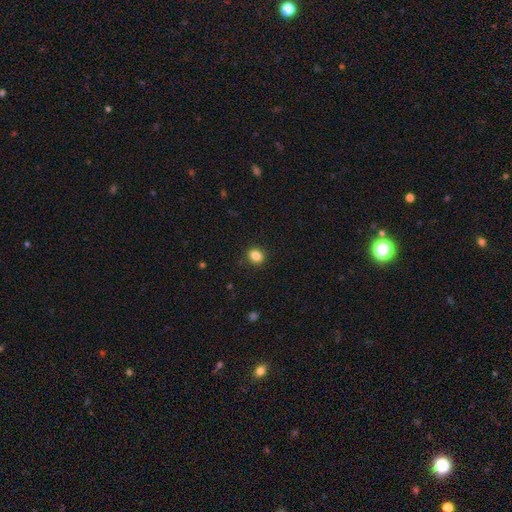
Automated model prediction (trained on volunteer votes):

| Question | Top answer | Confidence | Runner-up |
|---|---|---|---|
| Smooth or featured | smooth | 84% | star or artifact (11%) |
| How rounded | round | 65% | in between (34%) |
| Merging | none | 90% | minor disturbance (7%) |